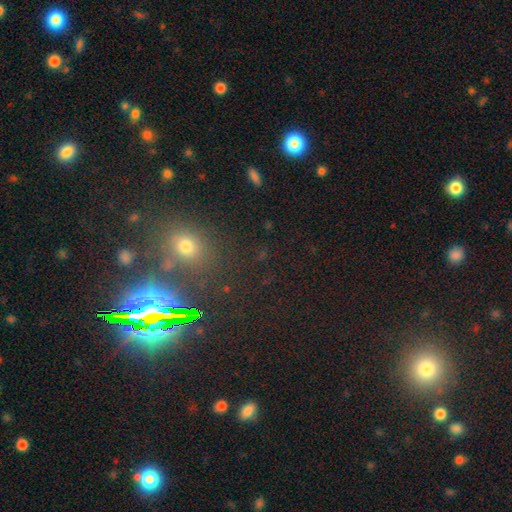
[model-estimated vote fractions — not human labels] smooth-or-featured: star or artifact: 61% | smooth: 30% | featured or disk: 9%